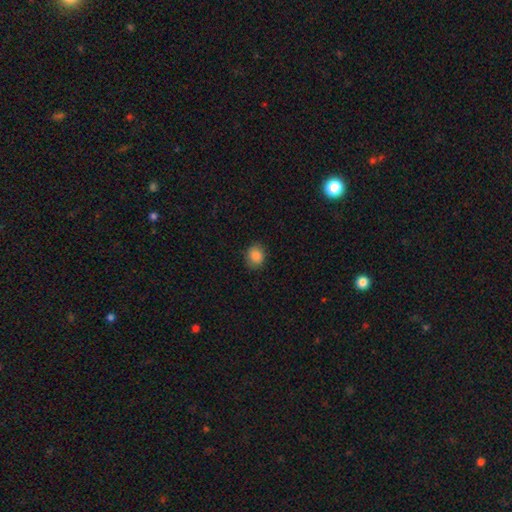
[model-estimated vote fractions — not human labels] Smooth or featured? smooth (86%)
How rounded? round (69%)
Merging? none (85%)